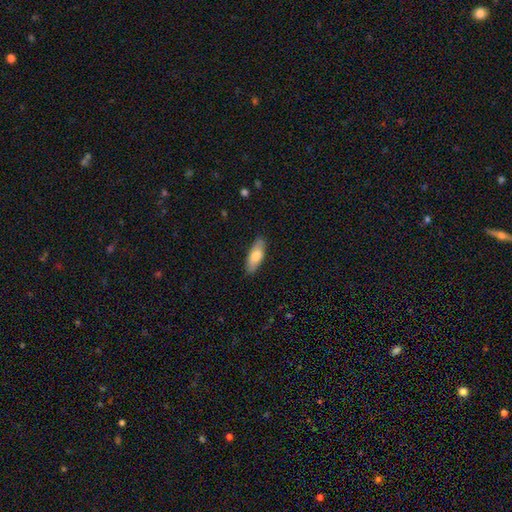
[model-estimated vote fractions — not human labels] smooth 76%, featured or disk 18%, star or artifact 6%. Down the decision tree: how rounded — in between (68%); merging — none (85%).